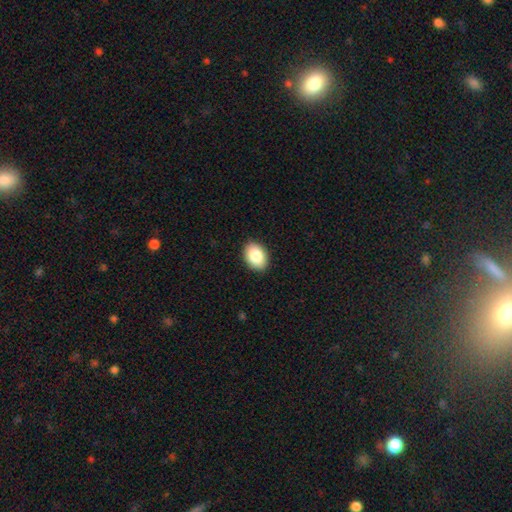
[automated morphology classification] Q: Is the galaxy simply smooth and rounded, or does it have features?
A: smooth — 88%.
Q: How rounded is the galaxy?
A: in between — 79%.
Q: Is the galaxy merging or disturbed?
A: none — 90%.